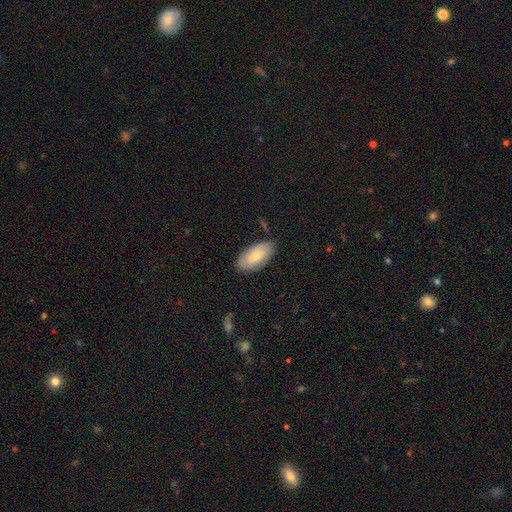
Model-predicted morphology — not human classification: The model was most divided on "smooth or featured": smooth: 71%, featured or disk: 23%, star or artifact: 6%. More confident: how rounded — in between (93%); merging — none (80%).